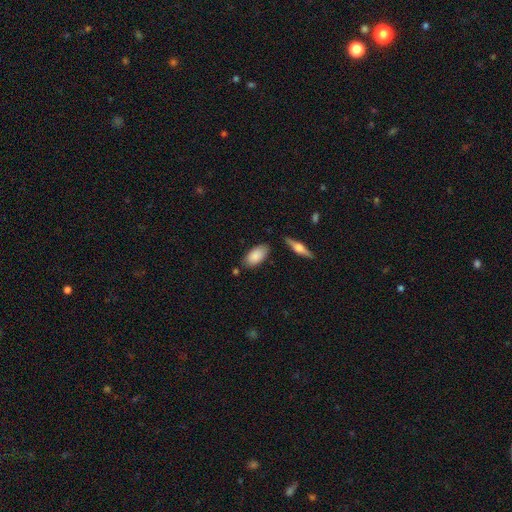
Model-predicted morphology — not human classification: smooth-or-featured: smooth: 85% | featured or disk: 9% | star or artifact: 6%
  how-rounded: in between: 91% | cigar-shaped: 6% | round: 3%
  merging: none: 78% | minor disturbance: 15% | merger: 5% | major disturbance: 3%